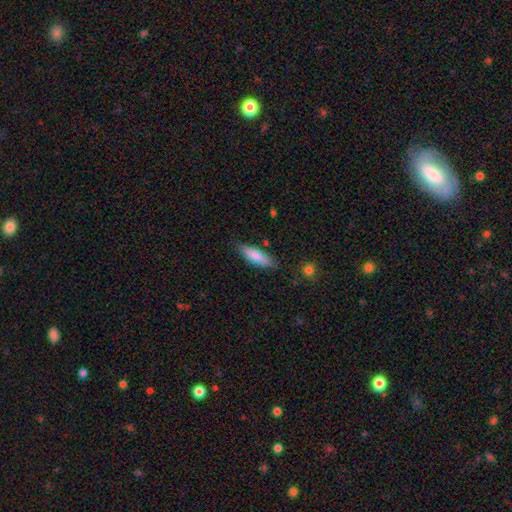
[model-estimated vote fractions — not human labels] This appears to be a smooth galaxy with no disk features (83%) that is cigar-shaped (51%). Merging: none (83%).